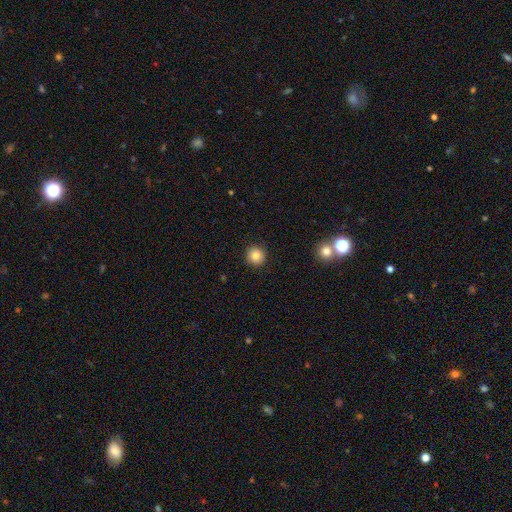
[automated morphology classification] smooth-or-featured: smooth: 85% | star or artifact: 10% | featured or disk: 5%
  how-rounded: round: 93% | in between: 6% | cigar-shaped: 1%
  merging: none: 92% | minor disturbance: 5% | major disturbance: 2% | merger: 1%